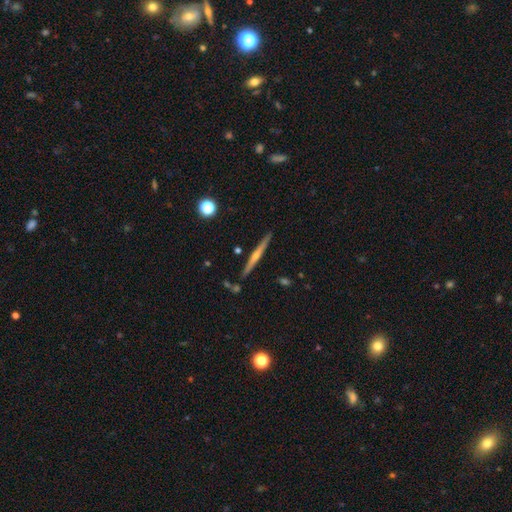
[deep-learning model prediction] Smooth or featured? Predicted: featured or disk (p=0.69). Edge-on disk? Predicted: yes (p=0.98). Edge-on bulge? Predicted: rounded (p=0.68). Merging? Predicted: none (p=0.88).